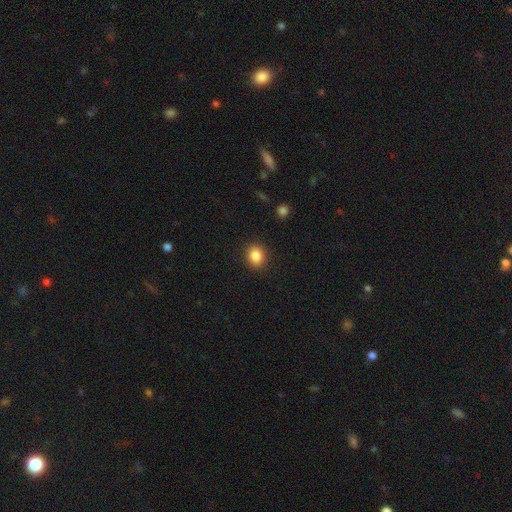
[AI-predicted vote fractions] Overall: smooth (87%). How rounded: round (57%; in between 42%). Merging: none (89%).